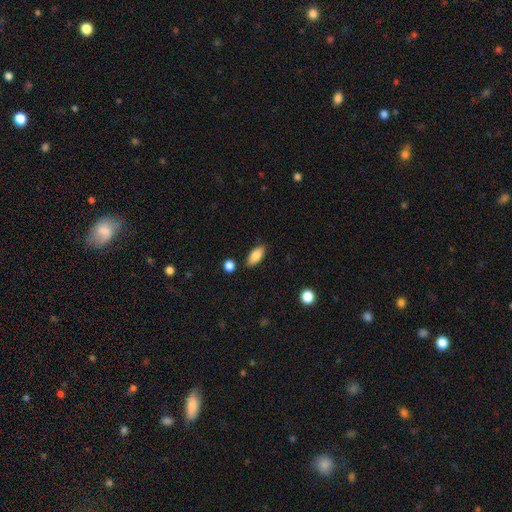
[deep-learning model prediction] Q: Smooth or featured?
A: smooth (83%); runner-up: featured or disk (10%)
Q: How rounded?
A: in between (85%); runner-up: cigar-shaped (12%)
Q: Merging?
A: none (82%); runner-up: minor disturbance (12%)